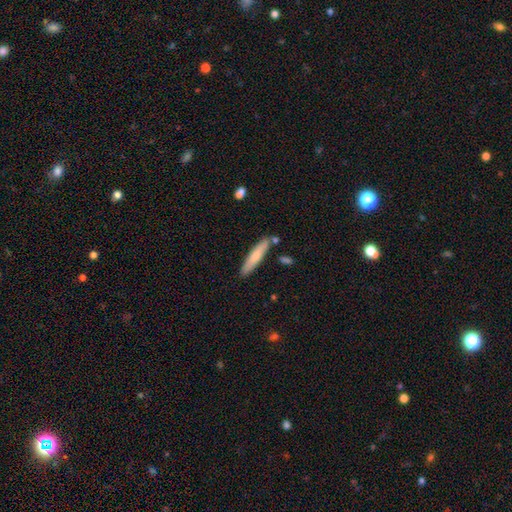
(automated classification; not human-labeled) Morphology: type=smooth (68%); roundness=cigar-shaped (88%); merging=none (82%).